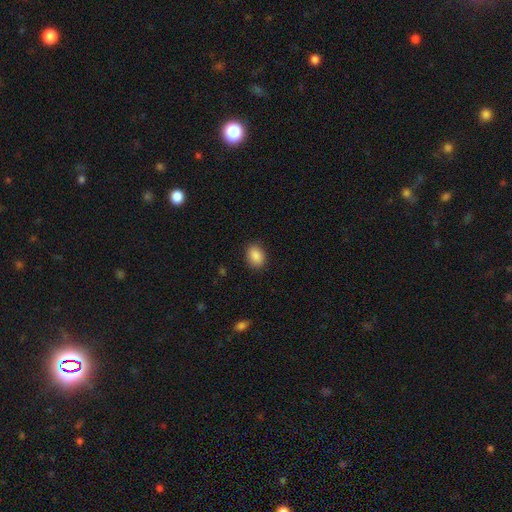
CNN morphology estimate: smooth_or_featured: smooth (p=0.89) [alt: star or artifact p=0.08]
how_rounded: in between (p=0.71) [alt: round p=0.27]
merging: none (p=0.87) [alt: minor disturbance p=0.09]